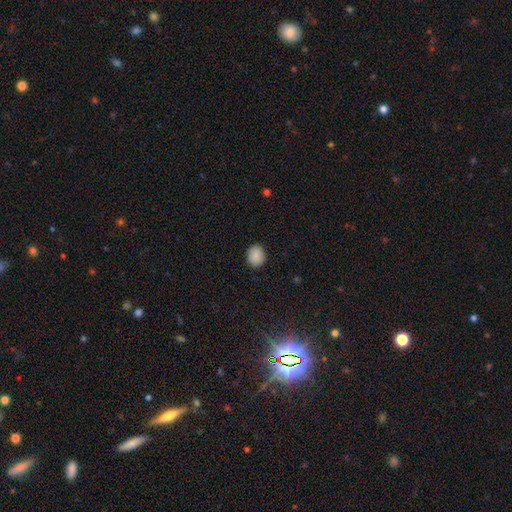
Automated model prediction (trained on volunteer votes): A smooth galaxy with no disk features (89%) that is round (57%).

Vote fractions:
- Smooth or featured? smooth: 89% / star or artifact: 8% / featured or disk: 3%
- How rounded? round: 57% / in between: 43% / cigar-shaped: 1%
- Merging? none: 89% / minor disturbance: 8% / major disturbance: 2% / merger: 1%